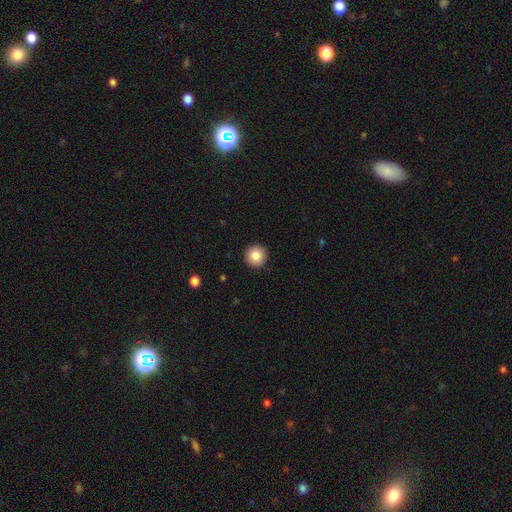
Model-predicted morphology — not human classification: This appears to be a smooth galaxy with no disk features (85%) that is round (96%). Merging: none (93%).